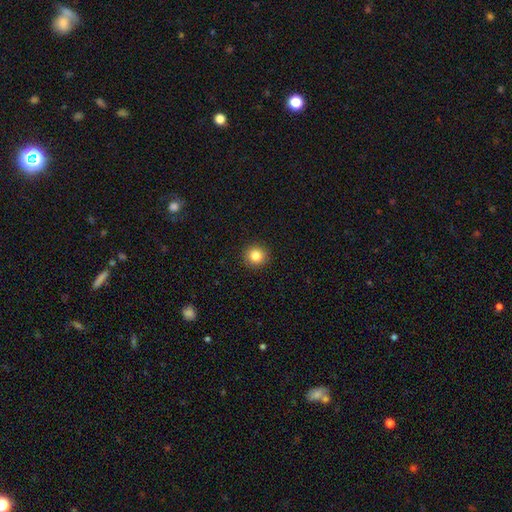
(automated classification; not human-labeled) Smooth or featured: smooth — 85% (star or artifact — 10%)
How rounded: round — 94% (in between — 5%)
Merging: none — 93% (minor disturbance — 5%)